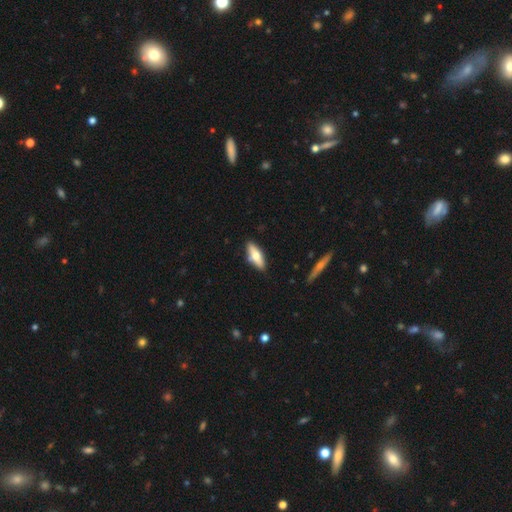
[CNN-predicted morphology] Smooth or featured? Predicted: smooth (p=0.60). How rounded? Predicted: in between (p=0.56). Merging? Predicted: none (p=0.83).